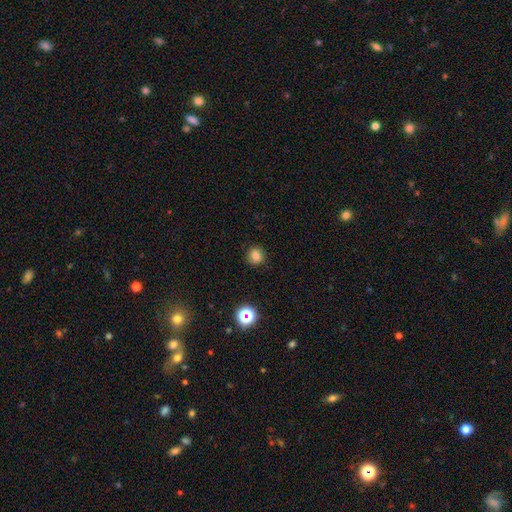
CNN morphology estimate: Smooth or featured: smooth — 78% (star or artifact — 15%)
How rounded: round — 77% (in between — 22%)
Merging: none — 84% (minor disturbance — 11%)